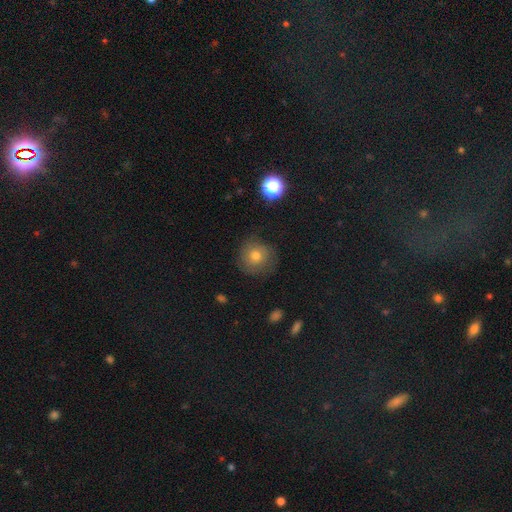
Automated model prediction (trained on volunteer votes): The model was most divided on "smooth or featured": smooth: 59%, featured or disk: 28%, star or artifact: 13%. More confident: how rounded — round (92%); merging — none (76%).